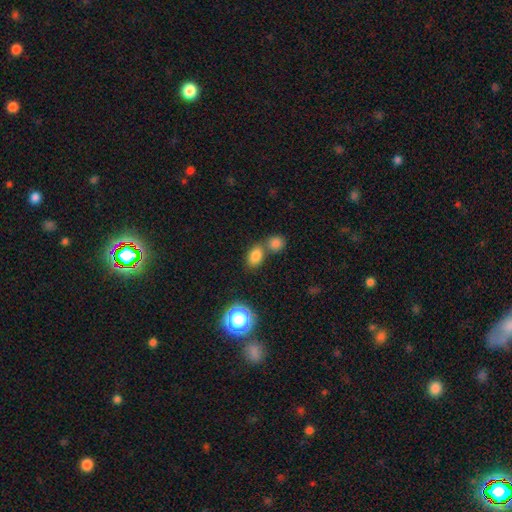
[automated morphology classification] Smooth or featured? smooth (80%)
How rounded? in between (74%)
Merging? none (52%)